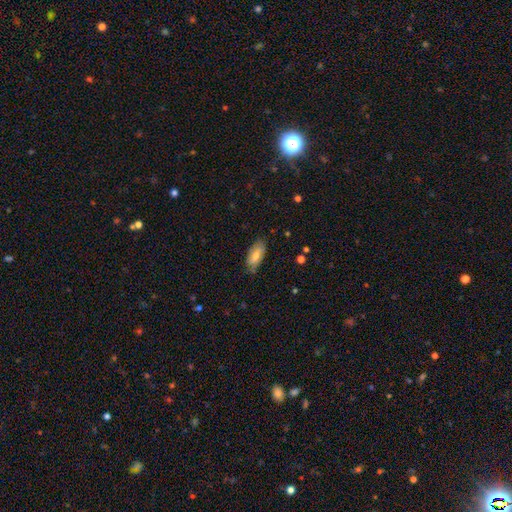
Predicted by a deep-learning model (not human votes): This is likely a smooth galaxy (74%). How rounded: clearly in between (85%). Merging: likely none (73%).